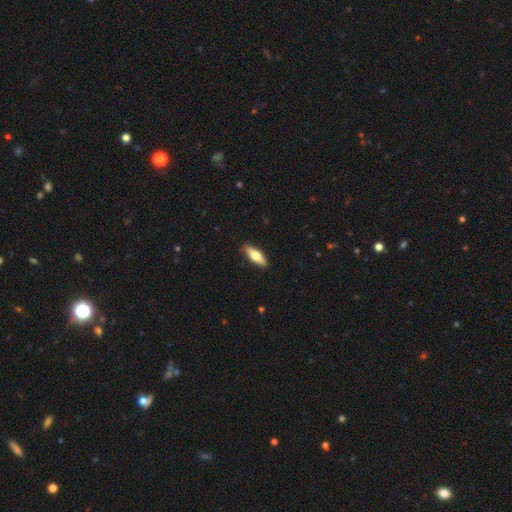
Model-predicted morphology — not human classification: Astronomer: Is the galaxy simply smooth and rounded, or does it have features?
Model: smooth — 58% (runner-up: featured or disk, 36%).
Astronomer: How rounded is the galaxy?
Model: in between — 58% (runner-up: cigar-shaped, 40%).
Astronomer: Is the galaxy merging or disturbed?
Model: none — 89%.